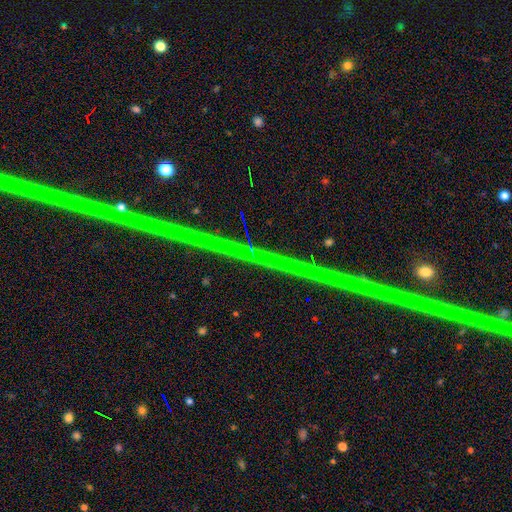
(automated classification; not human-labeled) Morphology: type=star or artifact (88%).